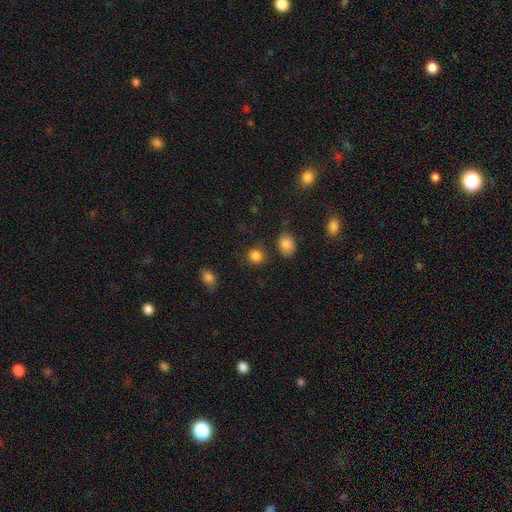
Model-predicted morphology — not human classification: A smooth galaxy with no disk features (85%) that is round (82%).

Vote fractions:
- Smooth or featured? smooth: 85% / star or artifact: 11% / featured or disk: 4%
- How rounded? round: 82% / in between: 17% / cigar-shaped: 1%
- Merging? none: 81% / minor disturbance: 10% / merger: 6% / major disturbance: 4%